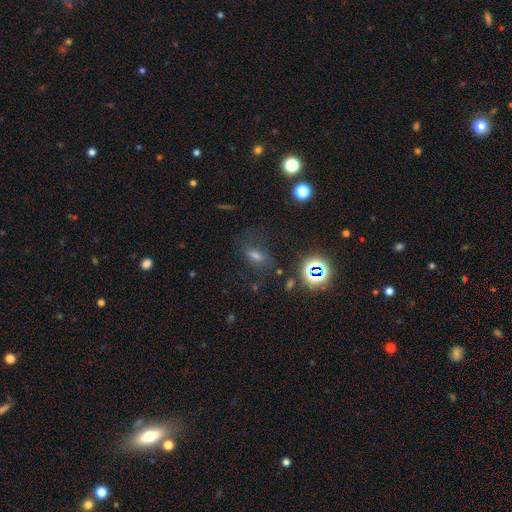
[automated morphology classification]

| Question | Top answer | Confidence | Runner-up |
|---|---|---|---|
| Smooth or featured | smooth | 45% | star or artifact (34%) |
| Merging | none | 64% | minor disturbance (19%) |